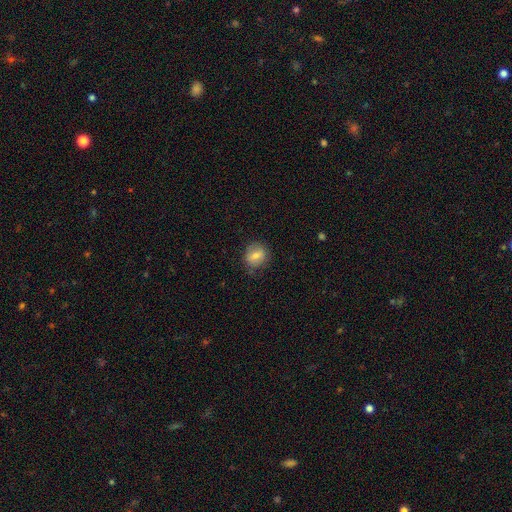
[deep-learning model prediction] Morphology: type=smooth (69%); roundness=round (76%); merging=none (82%).